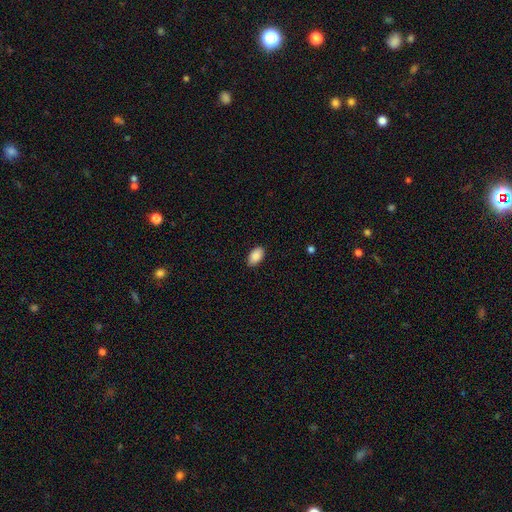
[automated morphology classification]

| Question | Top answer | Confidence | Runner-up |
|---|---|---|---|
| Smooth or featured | smooth | 90% | star or artifact (7%) |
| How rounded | in between | 94% | round (4%) |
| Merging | none | 88% | minor disturbance (9%) |